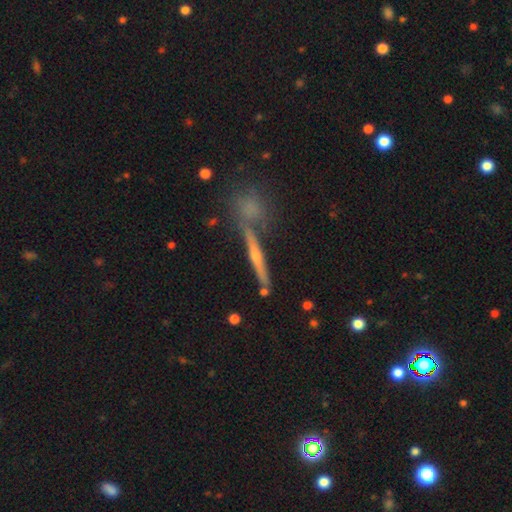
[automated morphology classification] A featured or disk galaxy (65%) viewed edge-on (95%) with a rounded central bulge (76%).

Vote fractions:
- Smooth or featured? featured or disk: 65% / smooth: 27% / star or artifact: 8%
- Edge-on disk? yes: 95% / no: 5%
- Edge-on bulge? rounded: 76% / none: 19% / boxy: 4%
- Merging? none: 78% / minor disturbance: 10% / merger: 9% / major disturbance: 3%